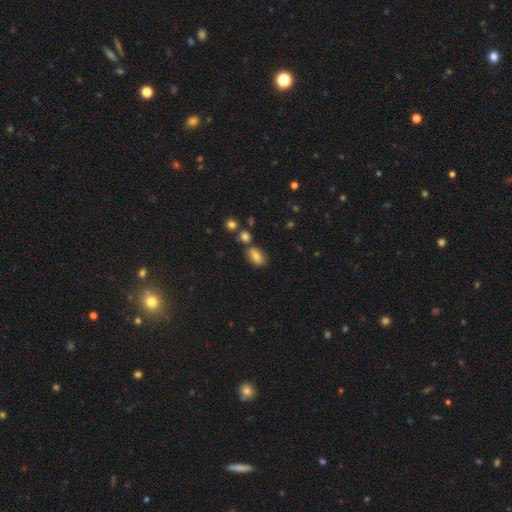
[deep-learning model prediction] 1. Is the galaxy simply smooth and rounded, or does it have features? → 77% smooth, 12% featured or disk, 12% star or artifact.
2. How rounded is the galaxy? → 86% in between, 11% round, 3% cigar-shaped.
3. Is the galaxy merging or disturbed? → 68% none, 15% minor disturbance, 13% merger, 4% major disturbance.